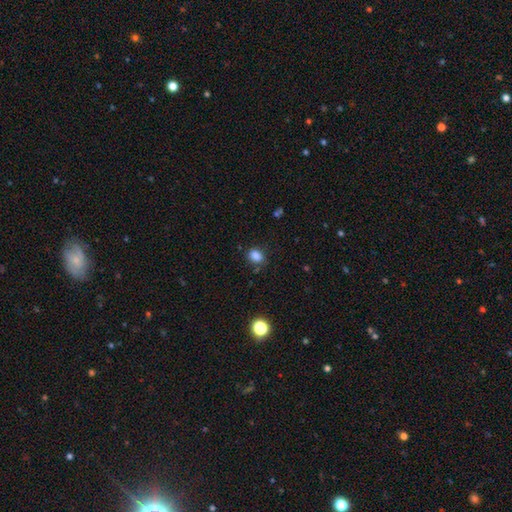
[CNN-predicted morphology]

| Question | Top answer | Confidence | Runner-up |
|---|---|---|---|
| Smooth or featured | smooth | 84% | star or artifact (12%) |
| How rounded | in between | 62% | round (37%) |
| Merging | none | 75% | minor disturbance (17%) |